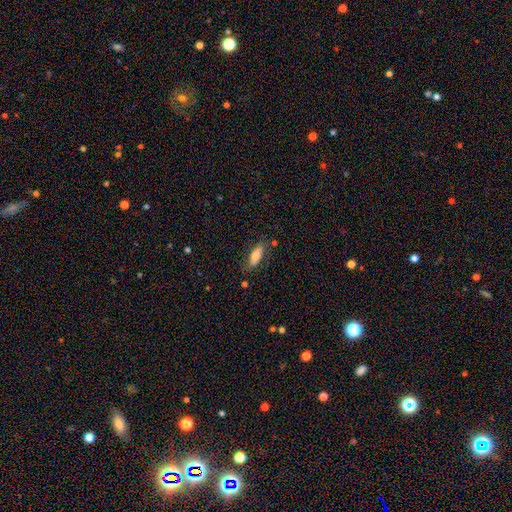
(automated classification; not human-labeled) smooth_or_featured: smooth (p=0.71) [alt: featured or disk p=0.22]
how_rounded: in between (p=0.72) [alt: cigar-shaped p=0.26]
merging: none (p=0.73) [alt: minor disturbance p=0.19]